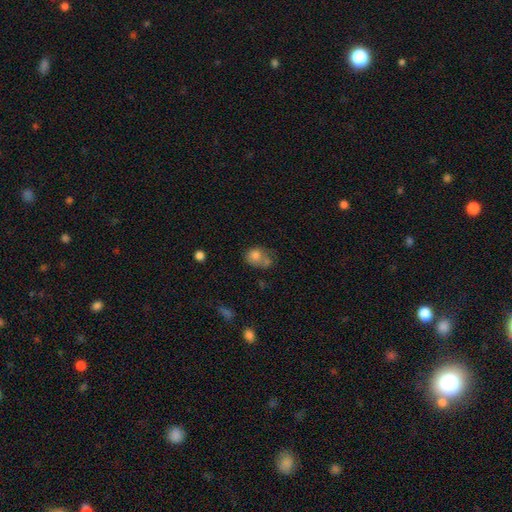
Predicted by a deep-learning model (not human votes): Smooth or featured: smooth — 74% (featured or disk — 17%)
How rounded: in between — 55% (round — 44%)
Merging: merger — 30% (none — 29%)